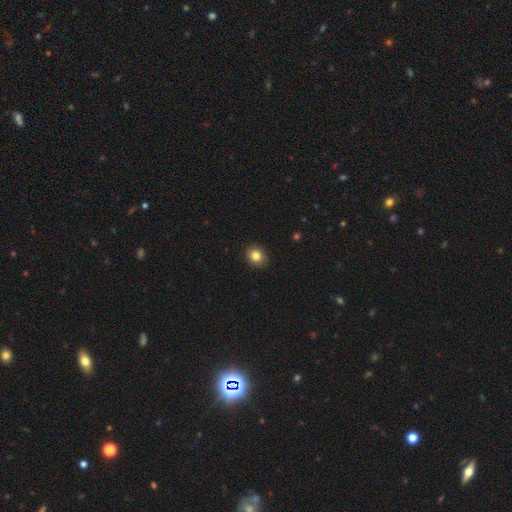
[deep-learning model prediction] Overall: smooth (84%). How rounded: round (62%; in between 37%). Merging: none (90%).